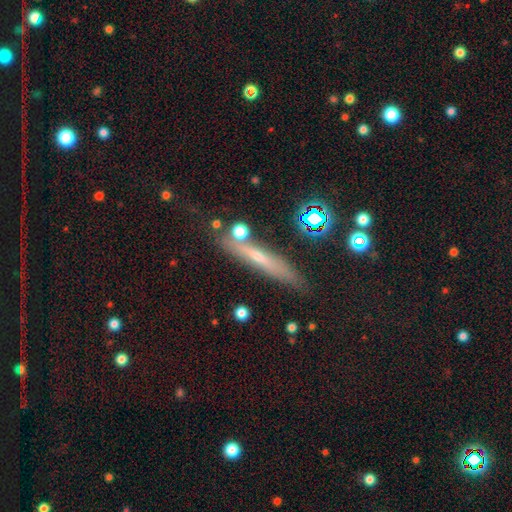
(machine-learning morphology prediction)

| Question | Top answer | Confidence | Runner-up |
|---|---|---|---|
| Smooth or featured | featured or disk | 48% | smooth (38%) |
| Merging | none | 75% | minor disturbance (15%) |